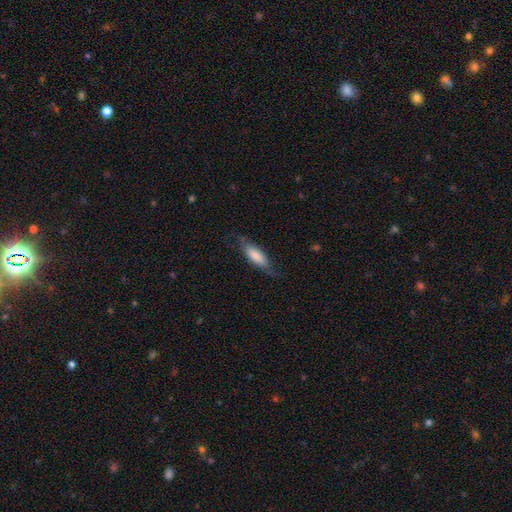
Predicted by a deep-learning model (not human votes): This appears to be a smooth galaxy with no disk features (68%) that is in between round and cigar-shaped (56%). Merging: none (67%).